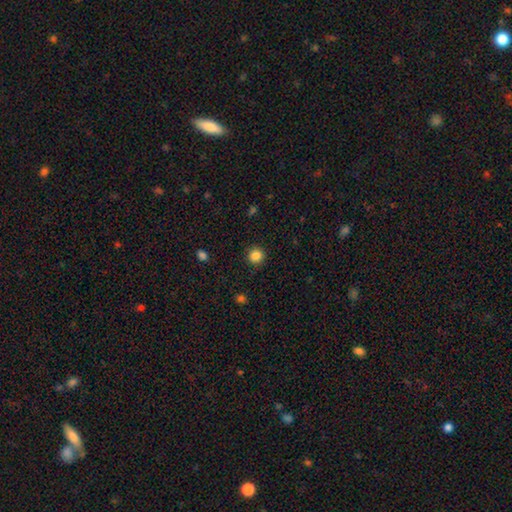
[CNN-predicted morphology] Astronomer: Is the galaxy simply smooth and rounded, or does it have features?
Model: smooth — 85%.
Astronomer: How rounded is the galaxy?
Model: round — 94%.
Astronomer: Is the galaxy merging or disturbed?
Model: none — 91%.